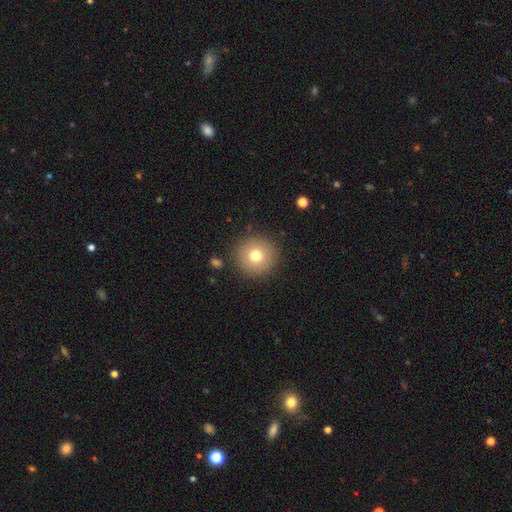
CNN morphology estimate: This appears to be a smooth galaxy with no disk features (75%) that is round (95%). Merging: none (89%).